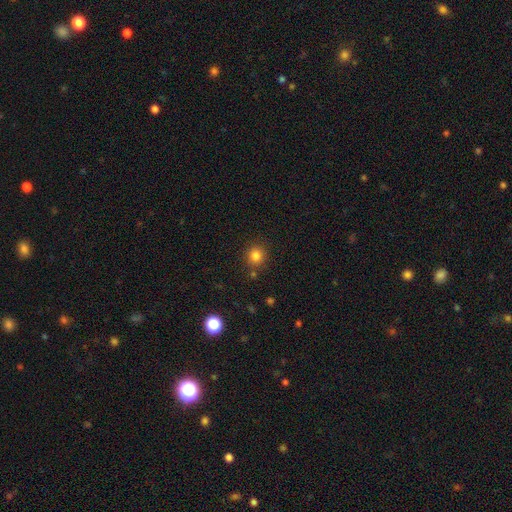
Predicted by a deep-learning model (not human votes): Smooth or featured? Predicted: smooth (p=0.82). How rounded? Predicted: round (p=0.88). Merging? Predicted: none (p=0.85).